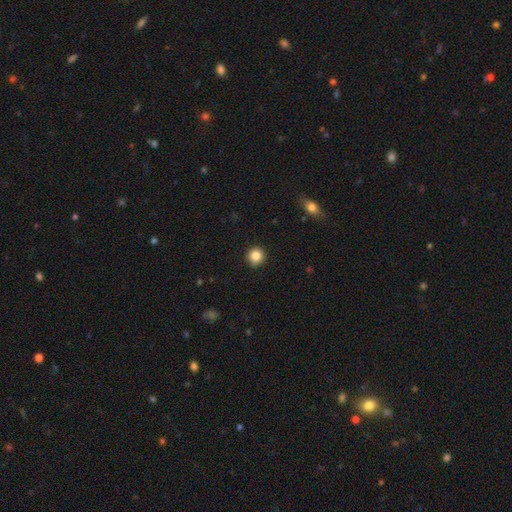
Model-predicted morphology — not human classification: The model was most divided on "smooth or featured": smooth: 85%, star or artifact: 10%, featured or disk: 5%. More confident: how rounded — round (94%); merging — none (91%).